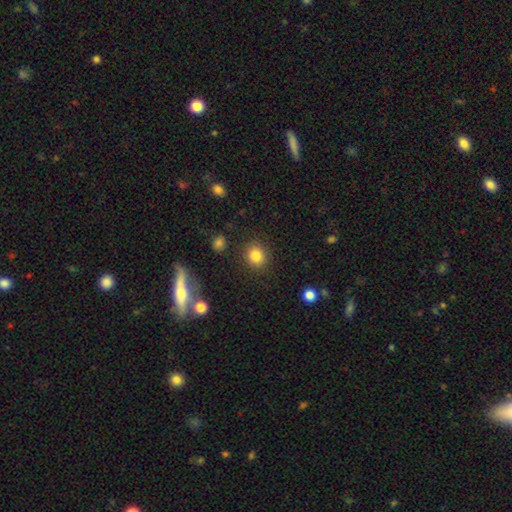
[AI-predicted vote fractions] This is clearly a smooth galaxy (83%). How rounded: likely round (73%). Merging: clearly none (87%).